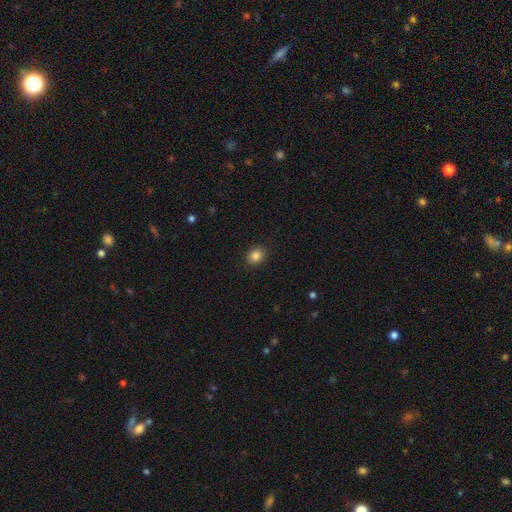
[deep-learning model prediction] Smooth or featured: smooth — 85% (star or artifact — 10%)
How rounded: round — 57% (in between — 43%)
Merging: none — 90% (minor disturbance — 7%)